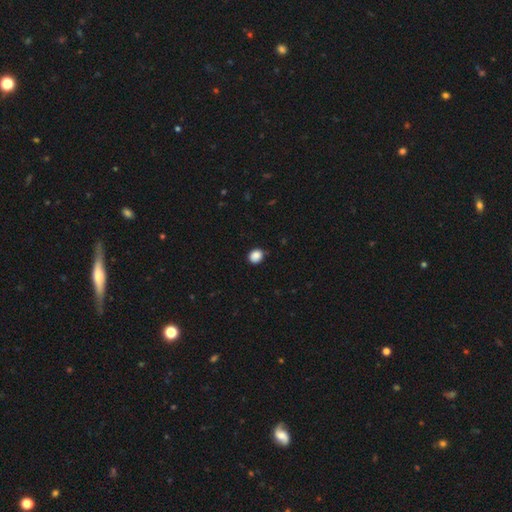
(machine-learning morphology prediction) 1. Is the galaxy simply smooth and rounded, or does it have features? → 87% smooth, 10% star or artifact, 3% featured or disk.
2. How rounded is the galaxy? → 74% round, 25% in between, 1% cigar-shaped.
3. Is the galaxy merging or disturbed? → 85% none, 12% minor disturbance, 2% major disturbance, 1% merger.